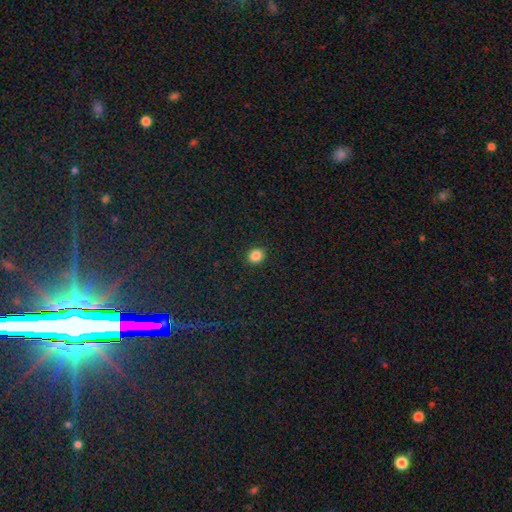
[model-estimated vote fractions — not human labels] This appears to be a smooth galaxy with no disk features (86%) that is round (66%). Merging: none (90%).